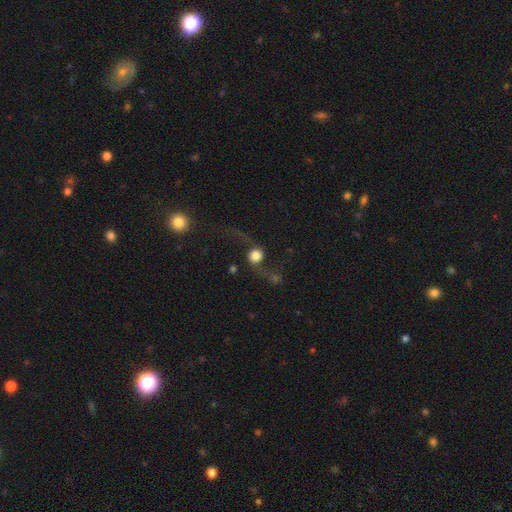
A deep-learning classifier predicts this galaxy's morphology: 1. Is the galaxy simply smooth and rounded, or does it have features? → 56% featured or disk, 32% smooth, 12% star or artifact.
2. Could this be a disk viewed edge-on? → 87% no, 13% yes.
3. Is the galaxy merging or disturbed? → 51% none, 27% major disturbance, 14% minor disturbance, 8% merger.